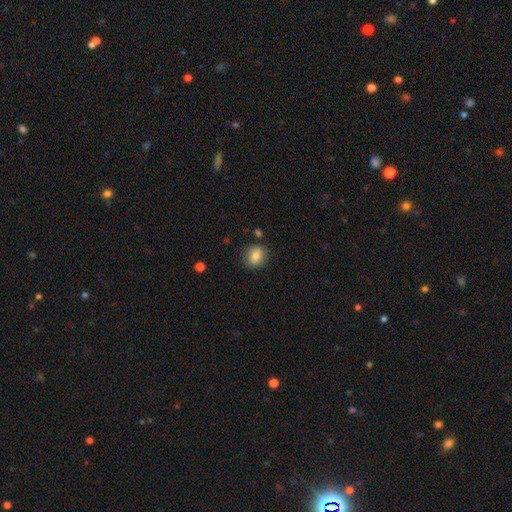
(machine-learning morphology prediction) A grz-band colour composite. It shows a smooth galaxy with no disk features (82%) that is round (67%). Merging: none (84%).